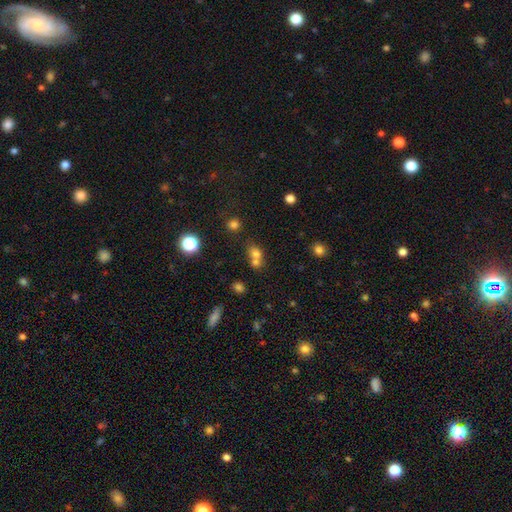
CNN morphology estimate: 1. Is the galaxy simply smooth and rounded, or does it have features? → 70% smooth, 17% star or artifact, 13% featured or disk.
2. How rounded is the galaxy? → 67% round, 31% in between, 2% cigar-shaped.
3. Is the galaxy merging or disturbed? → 56% merger, 34% none, 7% minor disturbance, 3% major disturbance.